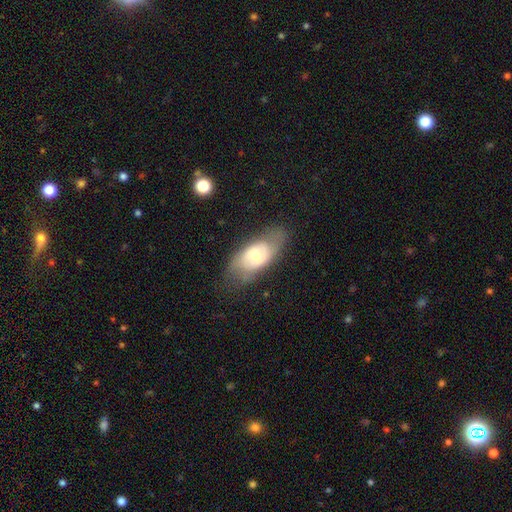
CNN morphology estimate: A smooth galaxy with no disk features (46%, tied with featured or disk). Merging: none (61%).